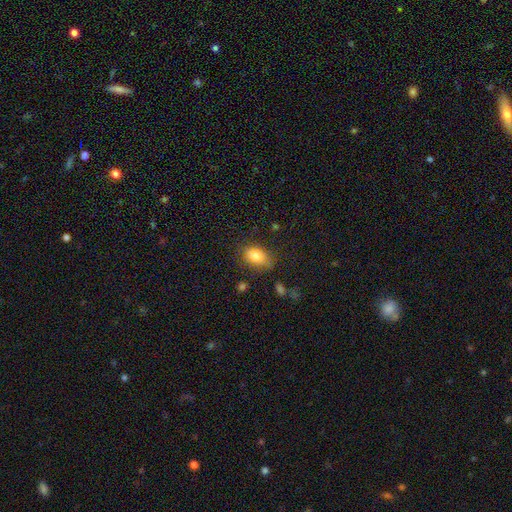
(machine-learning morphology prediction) This appears to be a smooth galaxy with no disk features (84%) that is in between round and cigar-shaped (84%). Merging: none (70%).